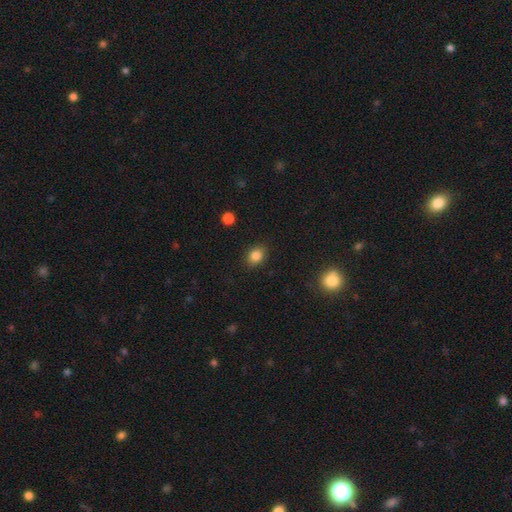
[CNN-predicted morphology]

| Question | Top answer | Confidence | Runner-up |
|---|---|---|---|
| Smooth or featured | smooth | 84% | star or artifact (11%) |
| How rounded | in between | 58% | round (41%) |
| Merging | none | 86% | minor disturbance (10%) |